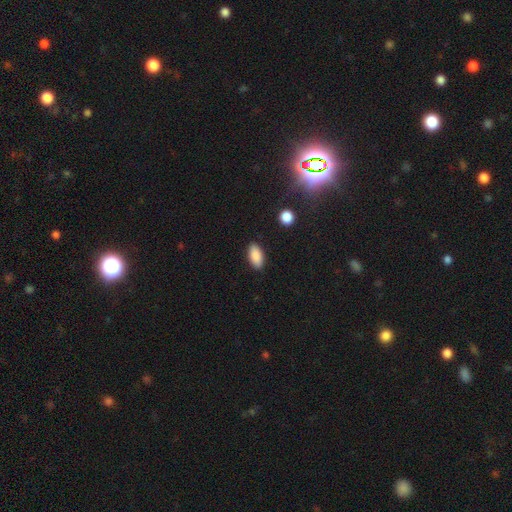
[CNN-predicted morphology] Smooth or featured?
  - smooth: 88% *
  - star or artifact: 7%
  - featured or disk: 4%
How rounded?
  - in between: 91% *
  - cigar-shaped: 7%
  - round: 3%
Merging?
  - none: 88% *
  - minor disturbance: 8%
  - major disturbance: 2%
  - merger: 1%